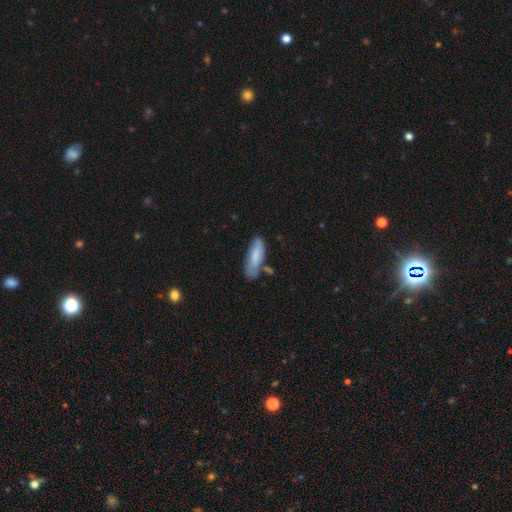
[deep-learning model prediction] smooth_or_featured: smooth (p=0.75) [alt: featured or disk p=0.18]
how_rounded: in between (p=0.50) [alt: cigar-shaped p=0.49]
merging: none (p=0.56) [alt: minor disturbance p=0.26]